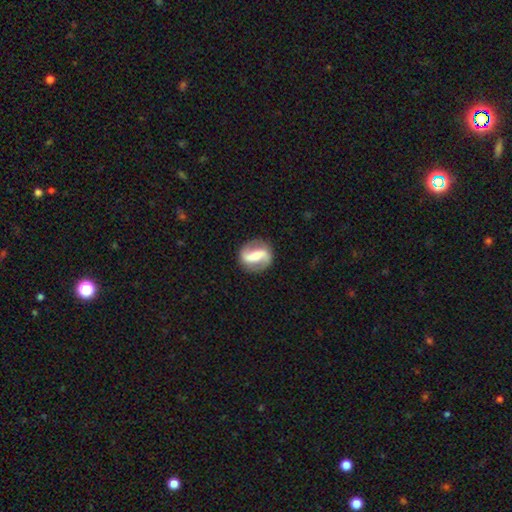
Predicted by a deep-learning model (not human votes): Smooth or featured? featured or disk (77%)
Edge-on disk? no (96%)
Bar? strong (61%)
Spiral arms? yes (88%)
Spiral winding? loose (43%)
Spiral arm count? 2 (91%)
Bulge size? moderate (42%)
Merging? none (84%)